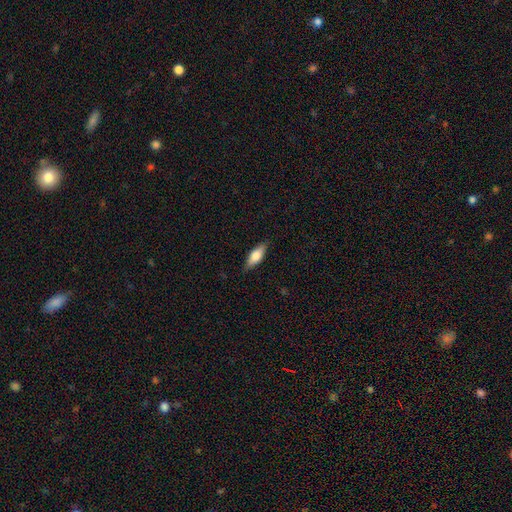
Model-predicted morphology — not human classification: Smooth or featured?
  - smooth: 70% *
  - featured or disk: 24%
  - star or artifact: 6%
How rounded?
  - in between: 67% *
  - cigar-shaped: 30%
  - round: 3%
Merging?
  - none: 84% *
  - minor disturbance: 12%
  - major disturbance: 2%
  - merger: 1%